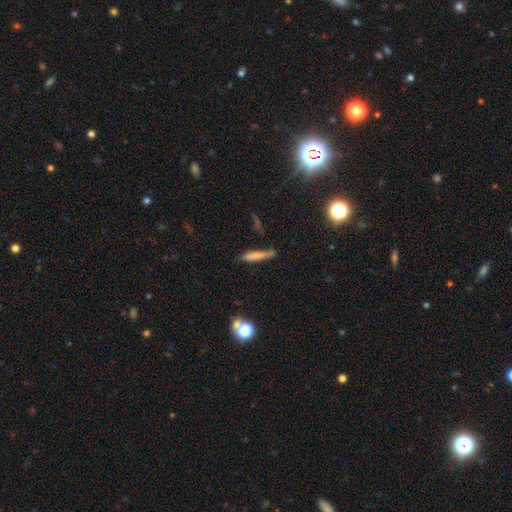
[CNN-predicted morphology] A smooth galaxy with no disk features (72%) that is cigar-shaped (88%). Merging: none (64%).